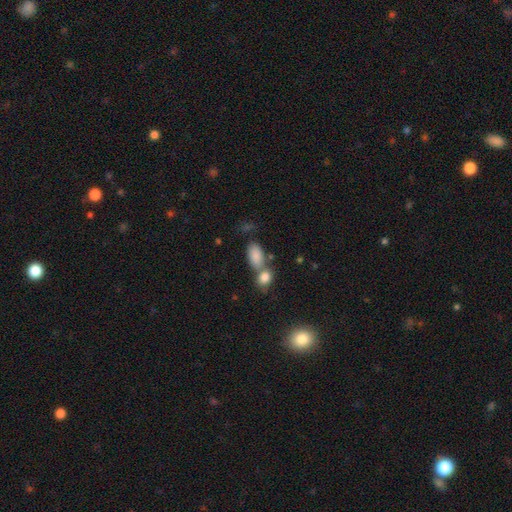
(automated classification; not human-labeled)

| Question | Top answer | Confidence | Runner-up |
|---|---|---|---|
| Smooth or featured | smooth | 86% | star or artifact (8%) |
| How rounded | in between | 91% | round (6%) |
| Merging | merger | 43% | none (41%) |